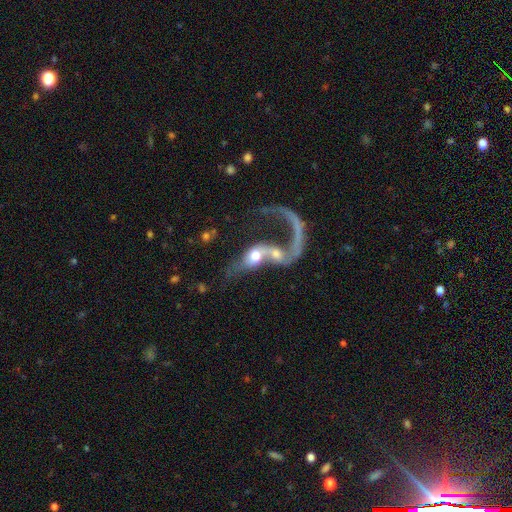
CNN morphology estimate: A featured or disk galaxy (57%) with no bar (70%), spiral arms (53%) and a moderate central bulge (49%). Merging: merger (71%).